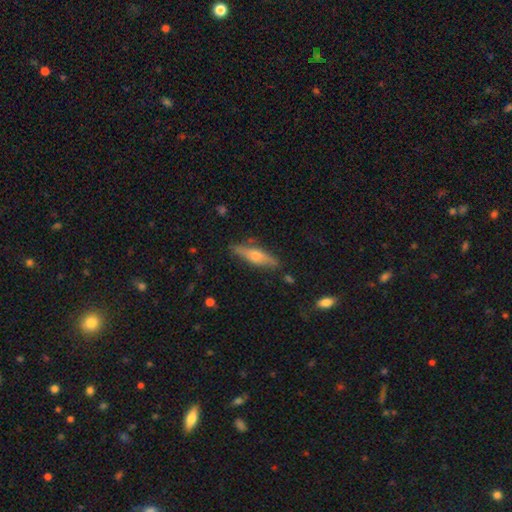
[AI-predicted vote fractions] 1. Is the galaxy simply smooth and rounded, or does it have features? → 49% featured or disk, 44% smooth, 7% star or artifact.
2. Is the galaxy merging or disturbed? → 82% none, 13% minor disturbance, 3% major disturbance, 2% merger.